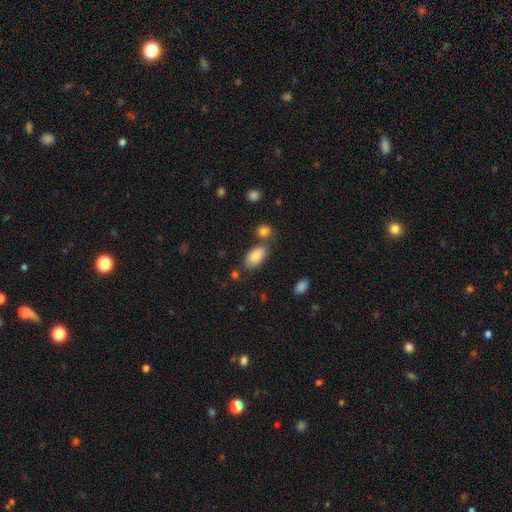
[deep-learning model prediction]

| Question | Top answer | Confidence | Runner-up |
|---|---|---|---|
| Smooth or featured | smooth | 84% | featured or disk (9%) |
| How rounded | in between | 94% | round (3%) |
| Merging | none | 67% | merger (15%) |